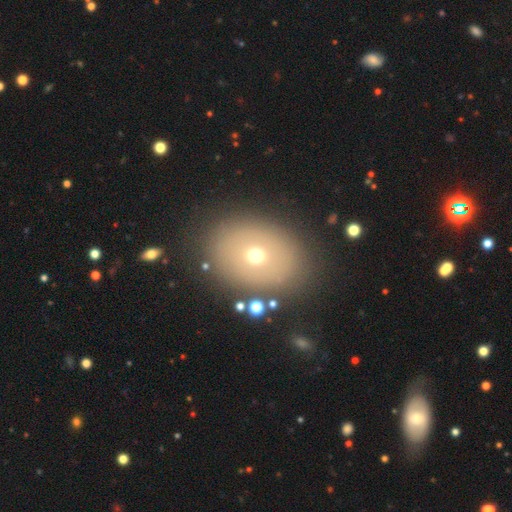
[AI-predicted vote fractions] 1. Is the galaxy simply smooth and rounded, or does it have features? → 59% smooth, 27% featured or disk, 14% star or artifact.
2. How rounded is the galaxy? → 62% in between, 37% round, 1% cigar-shaped.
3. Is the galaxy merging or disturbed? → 82% none, 10% minor disturbance, 5% major disturbance, 3% merger.